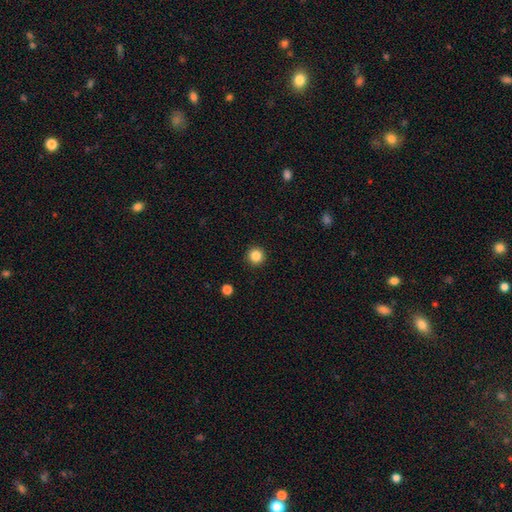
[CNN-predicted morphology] Smooth or featured: smooth — 86% (star or artifact — 11%)
How rounded: round — 96% (in between — 3%)
Merging: none — 93% (minor disturbance — 4%)